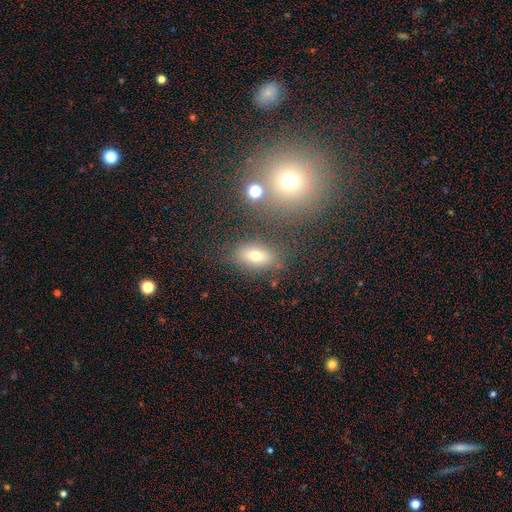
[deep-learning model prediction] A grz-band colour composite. It shows a smooth galaxy with no disk features (66%) that is in between round and cigar-shaped (80%). Merging: none (77%).